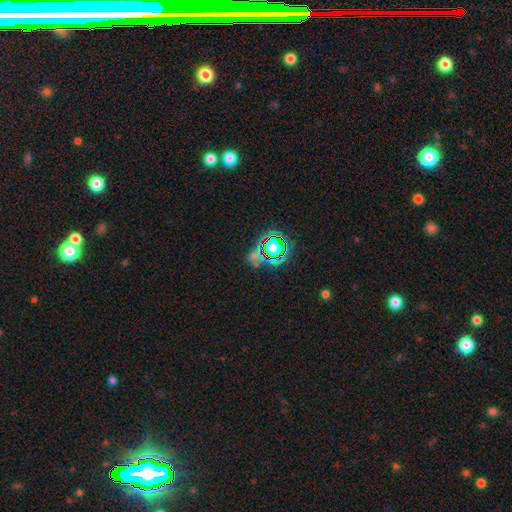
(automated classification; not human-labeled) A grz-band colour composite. It shows a star or artifact, not a galaxy (74%).